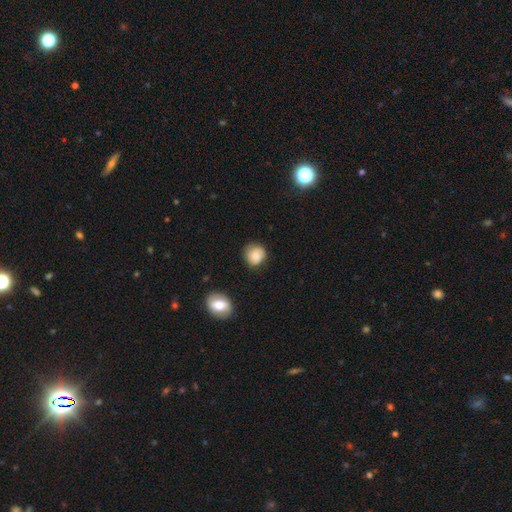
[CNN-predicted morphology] A smooth galaxy with no disk features (83%) that is round (87%).

Vote fractions:
- Smooth or featured? smooth: 83% / star or artifact: 9% / featured or disk: 8%
- How rounded? round: 87% / in between: 12% / cigar-shaped: 1%
- Merging? none: 72% / minor disturbance: 21% / major disturbance: 4% / merger: 2%